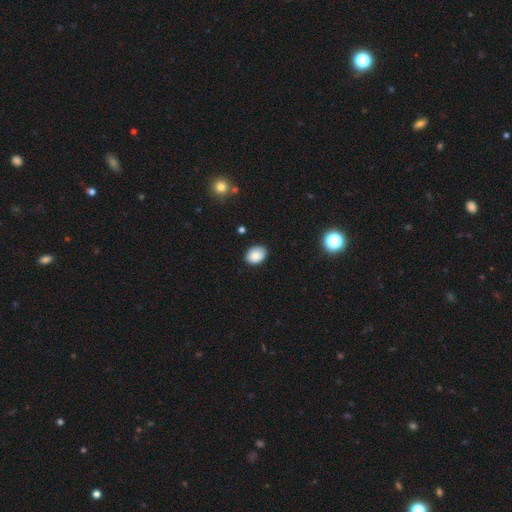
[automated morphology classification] This is clearly a smooth galaxy (86%). How rounded: likely in between (71%). Merging: clearly none (85%).